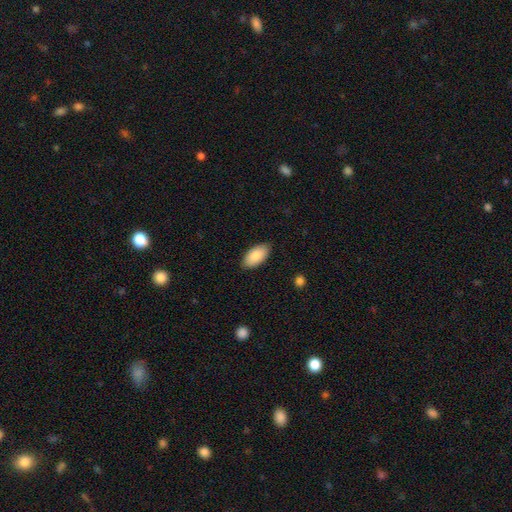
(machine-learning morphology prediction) The model was most divided on "merging": none: 86%, minor disturbance: 11%, major disturbance: 2%, merger: 1%. More confident: how rounded — in between (95%); smooth or featured — smooth (86%).